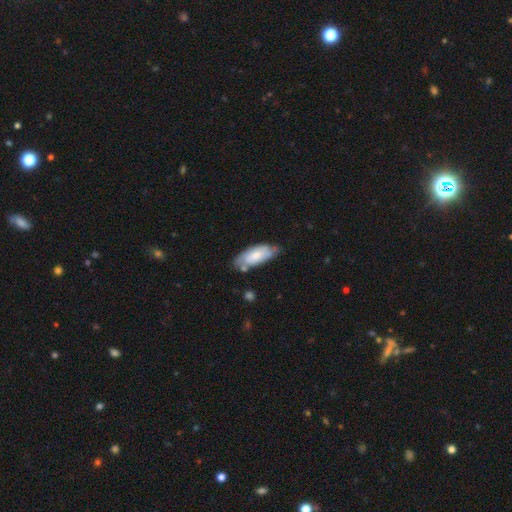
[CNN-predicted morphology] Smooth or featured? Predicted: smooth (p=0.65). How rounded? Predicted: in between (p=0.82). Merging? Predicted: none (p=0.60).